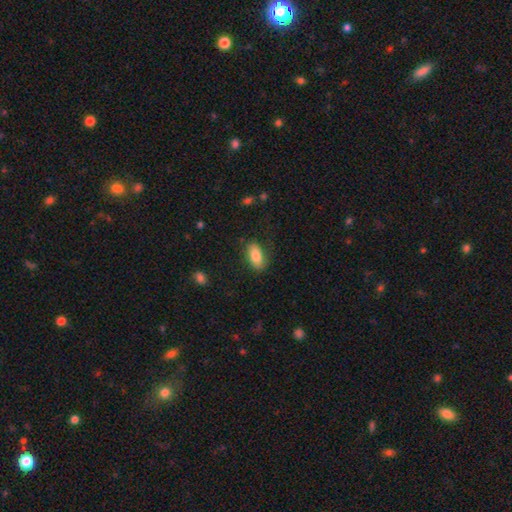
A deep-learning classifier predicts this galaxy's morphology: A smooth galaxy with no disk features (82%) that is in between round and cigar-shaped (89%). Merging: none (77%).